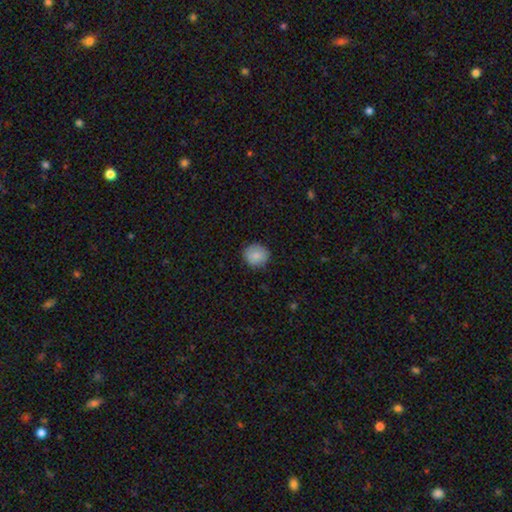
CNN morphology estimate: type=smooth (86%); roundness=round (86%); merging=none (85%).